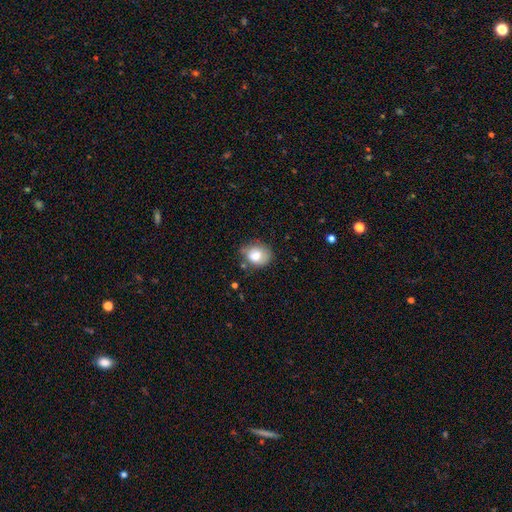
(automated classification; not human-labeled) Q: Smooth or featured?
A: smooth (78%); runner-up: featured or disk (14%)
Q: How rounded?
A: round (58%); runner-up: in between (41%)
Q: Merging?
A: none (58%); runner-up: minor disturbance (30%)